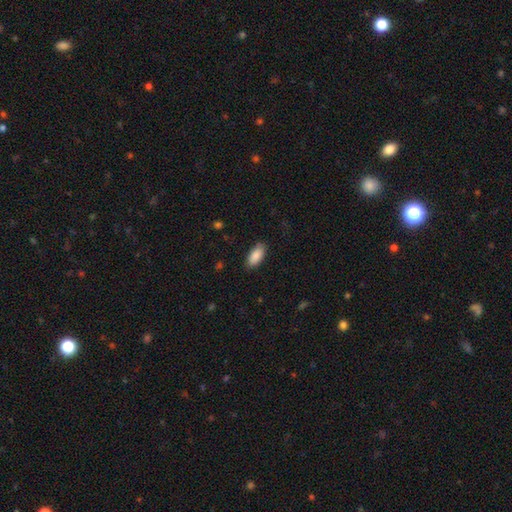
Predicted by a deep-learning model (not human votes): Smooth or featured?
  - smooth: 89% *
  - star or artifact: 6%
  - featured or disk: 5%
How rounded?
  - in between: 90% *
  - cigar-shaped: 8%
  - round: 2%
Merging?
  - none: 85% *
  - minor disturbance: 11%
  - major disturbance: 2%
  - merger: 1%